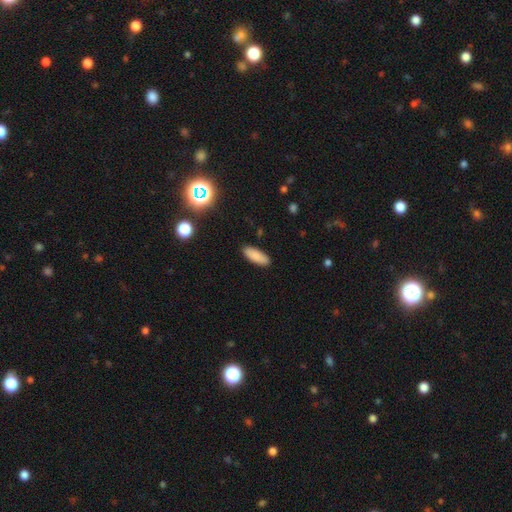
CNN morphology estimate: Smooth or featured? Predicted: smooth (p=0.87). How rounded? Predicted: in between (p=0.72). Merging? Predicted: none (p=0.89).